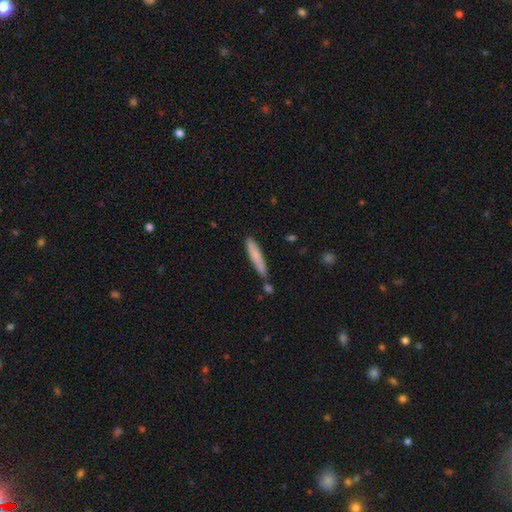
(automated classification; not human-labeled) A smooth galaxy with no disk features (73%) that is cigar-shaped (91%).

Vote fractions:
- Smooth or featured? smooth: 73% / featured or disk: 21% / star or artifact: 6%
- How rounded? cigar-shaped: 91% / in between: 7% / round: 1%
- Merging? none: 67% / minor disturbance: 18% / merger: 11% / major disturbance: 4%